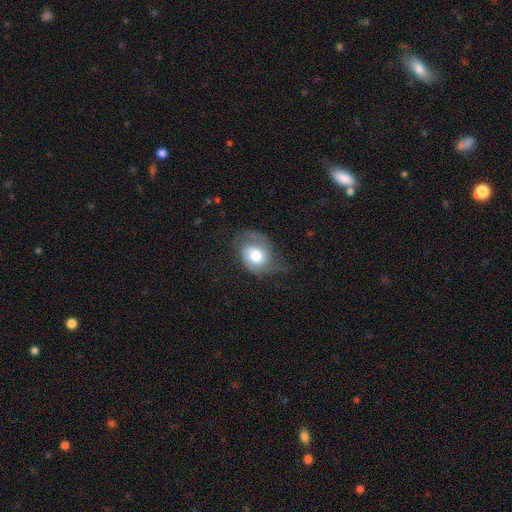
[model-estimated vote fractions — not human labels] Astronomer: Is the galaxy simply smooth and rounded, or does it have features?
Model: featured or disk — 49% (runner-up: smooth, 44%).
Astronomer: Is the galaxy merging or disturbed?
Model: none — 43% (runner-up: minor disturbance, 32%).